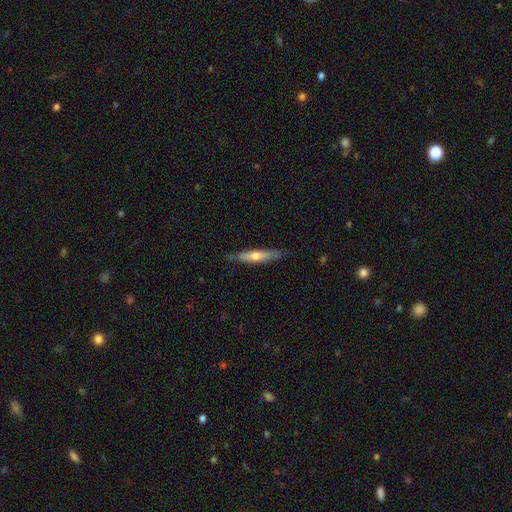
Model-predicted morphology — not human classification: type=smooth (53%); roundness=cigar-shaped (83%); merging=none (79%).